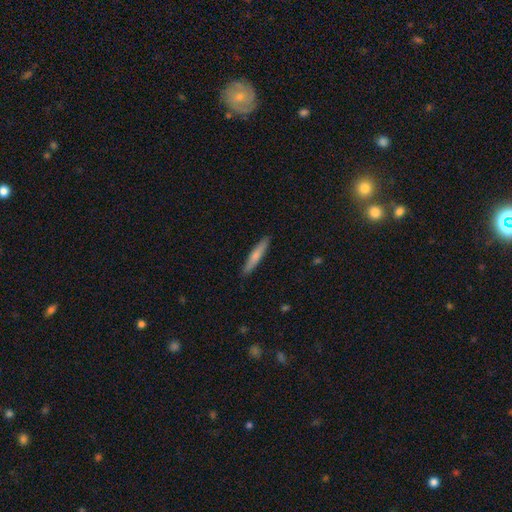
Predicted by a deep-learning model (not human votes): A smooth galaxy with no disk features (72%) that is cigar-shaped (93%). Merging: none (91%).